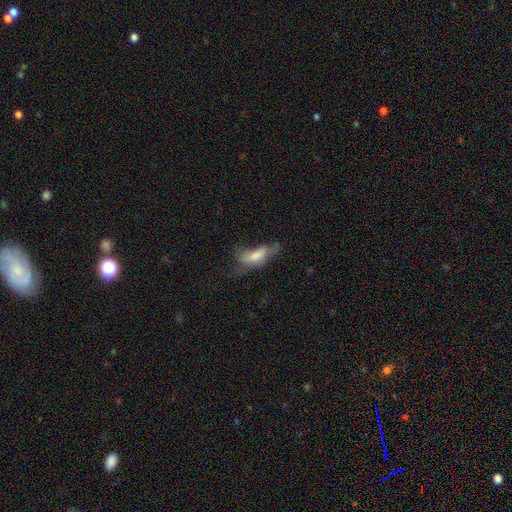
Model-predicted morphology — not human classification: smooth_or_featured: smooth (p=0.58) [alt: featured or disk p=0.31]
how_rounded: in between (p=0.67) [alt: cigar-shaped p=0.31]
merging: major disturbance (p=0.36) [alt: none p=0.33]